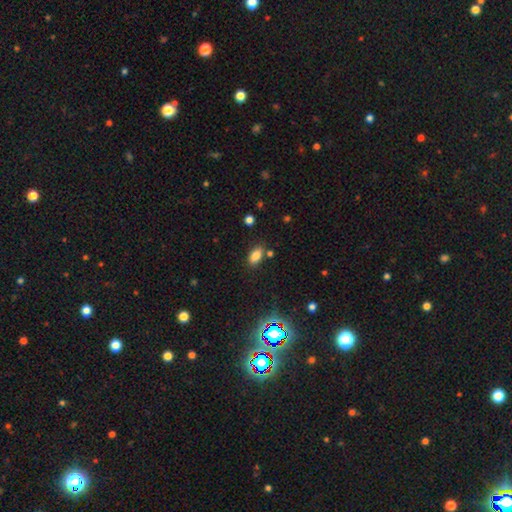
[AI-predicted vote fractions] A smooth galaxy with no disk features (81%) that is in between round and cigar-shaped (89%).

Vote fractions:
- Smooth or featured? smooth: 81% / star or artifact: 13% / featured or disk: 6%
- How rounded? in between: 89% / round: 8% / cigar-shaped: 3%
- Merging? none: 80% / minor disturbance: 12% / merger: 5% / major disturbance: 3%